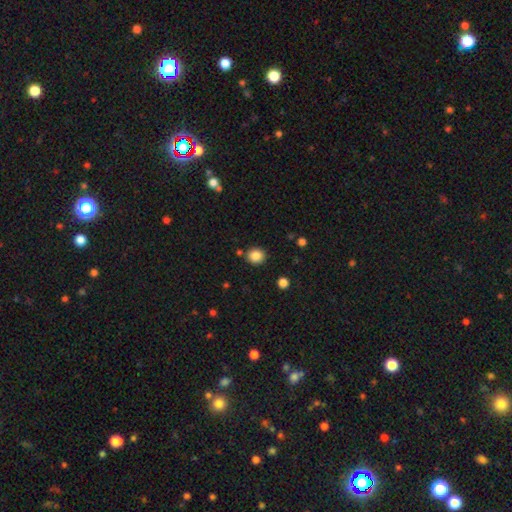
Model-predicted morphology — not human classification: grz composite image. It shows a smooth galaxy with no disk features (86%) that is round (86%). Merging: none (86%).